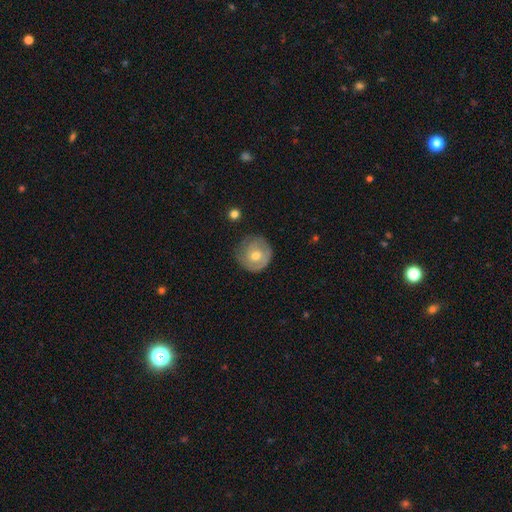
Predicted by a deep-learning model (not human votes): Smooth or featured? smooth (50%)
Merging? none (70%)